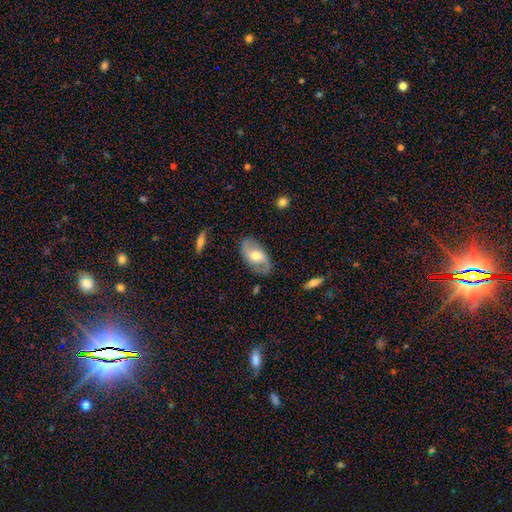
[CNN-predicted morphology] A featured or disk galaxy (52%).

Vote fractions:
- Smooth or featured? featured or disk: 52% / smooth: 41% / star or artifact: 6%
- Edge-on disk? no: 91% / yes: 9%
- Merging? none: 78% / minor disturbance: 16% / major disturbance: 4% / merger: 1%